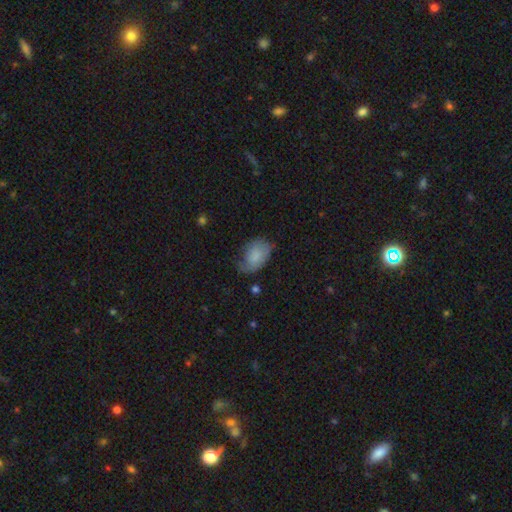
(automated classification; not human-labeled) A smooth galaxy with no disk features (76%) that is in between round and cigar-shaped (87%). Merging: none (46%).